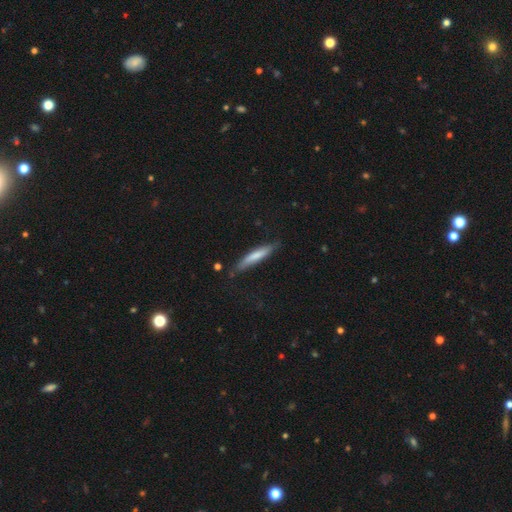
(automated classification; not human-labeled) Morphology: type=smooth (69%); roundness=cigar-shaped (89%); merging=none (74%).